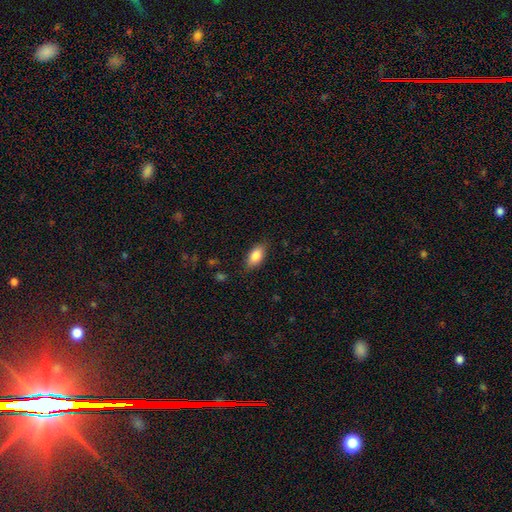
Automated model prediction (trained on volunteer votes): Overall: smooth (85%). How rounded: in between (89%). Merging: none (84%).